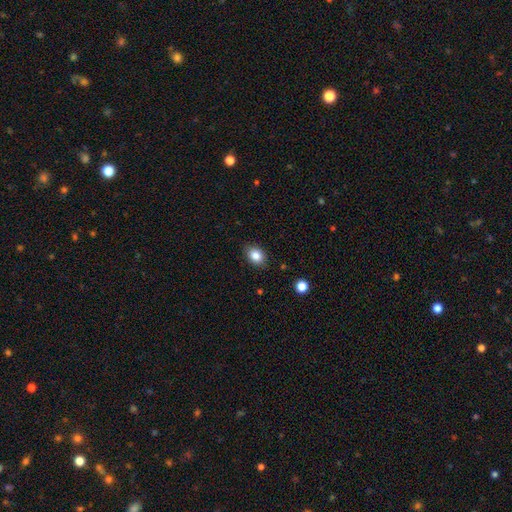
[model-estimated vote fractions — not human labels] smooth-or-featured: smooth: 85% | star or artifact: 9% | featured or disk: 6%
  how-rounded: in between: 66% | round: 33% | cigar-shaped: 1%
  merging: none: 84% | minor disturbance: 12% | major disturbance: 3% | merger: 1%